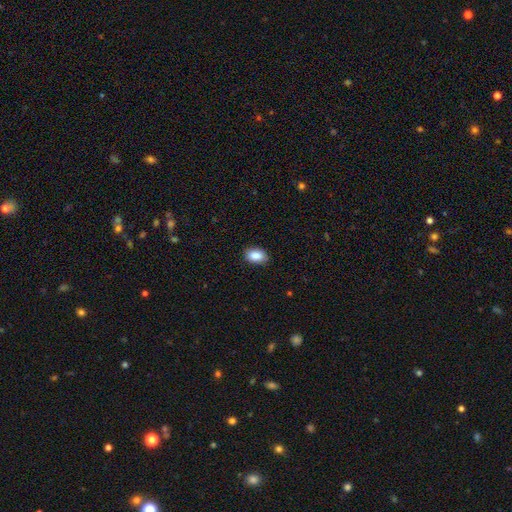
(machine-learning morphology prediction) A smooth galaxy with no disk features (88%) that is in between round and cigar-shaped (90%).

Vote fractions:
- Smooth or featured? smooth: 88% / star or artifact: 7% / featured or disk: 4%
- How rounded? in between: 90% / round: 9% / cigar-shaped: 1%
- Merging? none: 88% / minor disturbance: 9% / major disturbance: 2% / merger: 1%